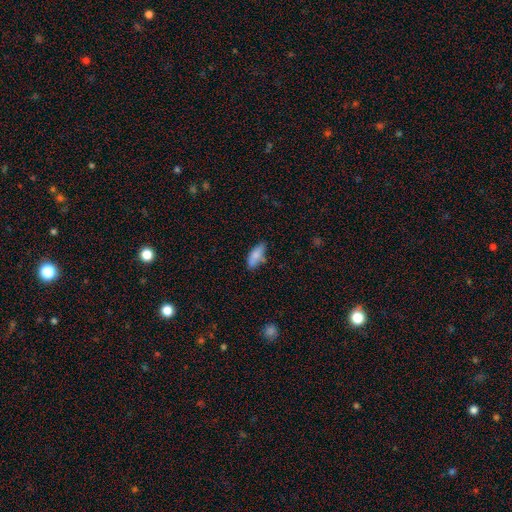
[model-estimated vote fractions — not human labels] Smooth or featured?
  - smooth: 80% *
  - featured or disk: 12%
  - star or artifact: 7%
How rounded?
  - in between: 76% *
  - cigar-shaped: 22%
  - round: 2%
Merging?
  - none: 63% *
  - minor disturbance: 24%
  - merger: 7%
  - major disturbance: 5%